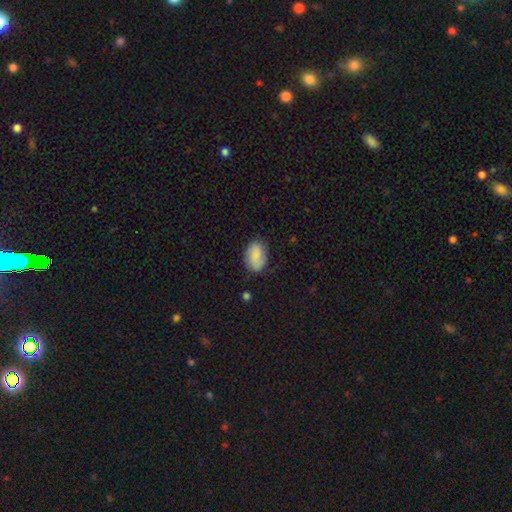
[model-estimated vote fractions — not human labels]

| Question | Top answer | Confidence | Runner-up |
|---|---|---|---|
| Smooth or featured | smooth | 80% | featured or disk (13%) |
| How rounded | in between | 85% | round (13%) |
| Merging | none | 72% | minor disturbance (21%) |